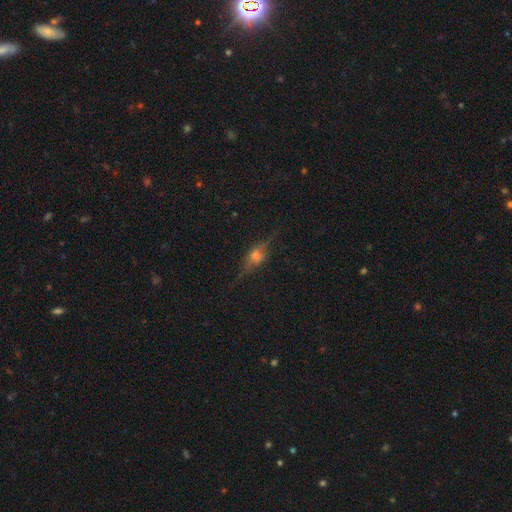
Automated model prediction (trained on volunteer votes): Smooth or featured?
  - featured or disk: 75% *
  - smooth: 13%
  - star or artifact: 12%
Edge-on disk?
  - yes: 96% *
  - no: 4%
Edge-on bulge?
  - rounded: 91% *
  - boxy: 6%
  - none: 2%
Merging?
  - none: 85% *
  - minor disturbance: 11%
  - major disturbance: 3%
  - merger: 1%